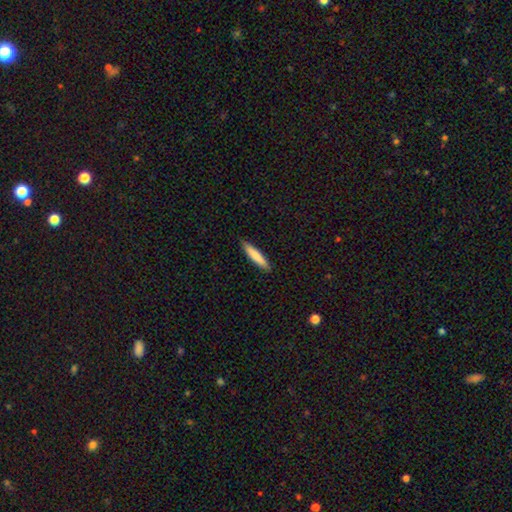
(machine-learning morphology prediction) smooth 80%, featured or disk 15%, star or artifact 5%. Down the decision tree: how rounded — cigar-shaped (88%); merging — none (88%).